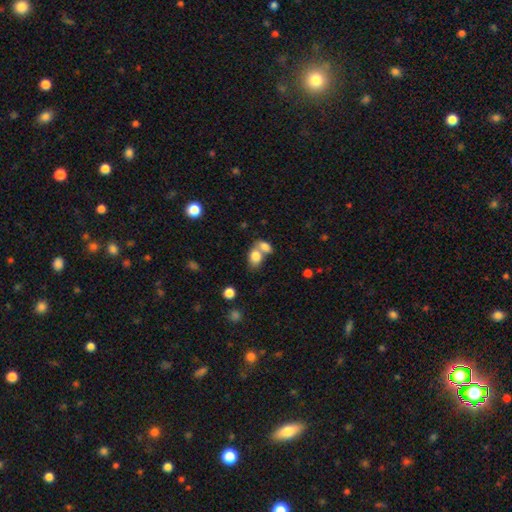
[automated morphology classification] Smooth or featured? smooth (81%)
How rounded? in between (78%)
Merging? merger (60%)